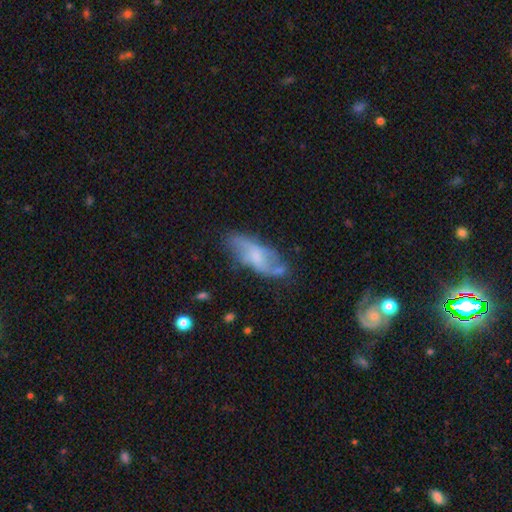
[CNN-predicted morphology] Smooth or featured? Predicted: featured or disk (p=0.53). Edge-on disk? Predicted: no (p=0.84). Merging? Predicted: none (p=0.55).